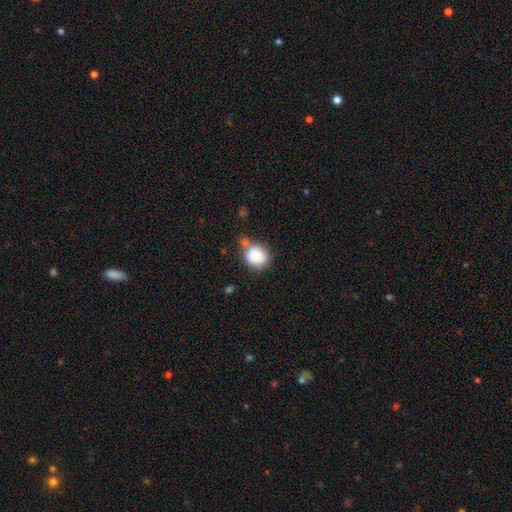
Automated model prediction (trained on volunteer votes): smooth 85%, star or artifact 8%, featured or disk 7%. Down the decision tree: how rounded — round (84%); merging — none (58%).